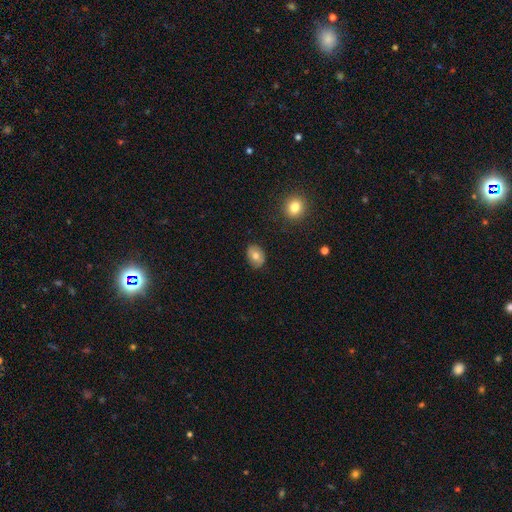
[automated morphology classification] This is likely a smooth galaxy (72%). How rounded: likely in between (72%). Merging: clearly none (85%).